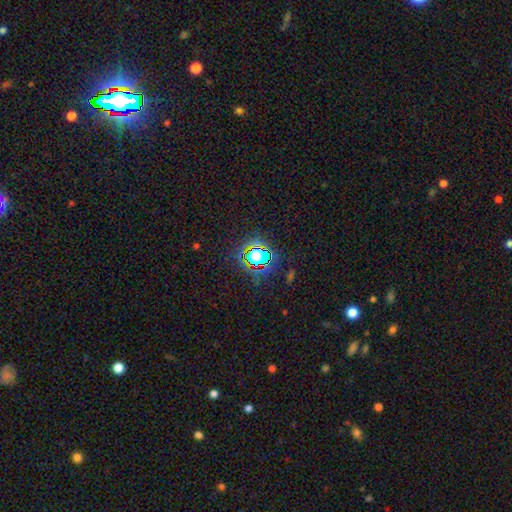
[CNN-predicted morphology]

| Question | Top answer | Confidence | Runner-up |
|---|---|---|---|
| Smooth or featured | star or artifact | 66% | smooth (23%) |